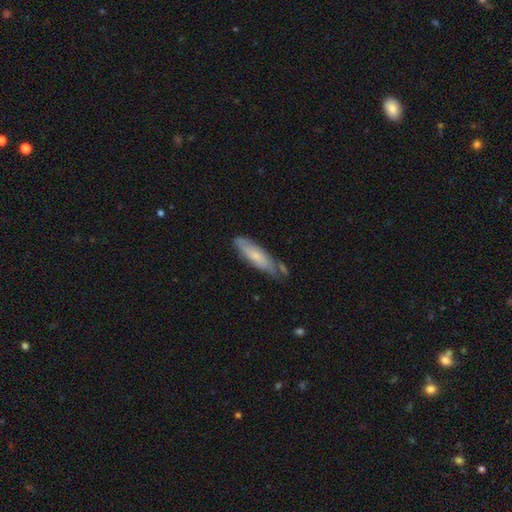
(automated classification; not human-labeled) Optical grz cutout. It shows a smooth galaxy with no disk features (61%) that is cigar-shaped (63%). Merging: none (61%).